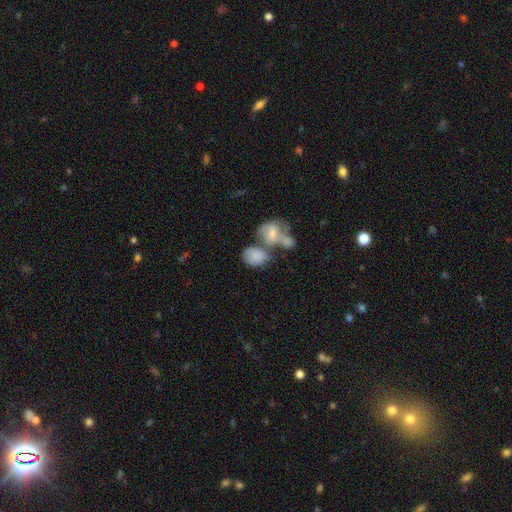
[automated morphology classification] smooth_or_featured: smooth (p=0.72) [alt: featured or disk p=0.20]
how_rounded: in between (p=0.62) [alt: round p=0.36]
merging: merger (p=0.59) [alt: none p=0.23]